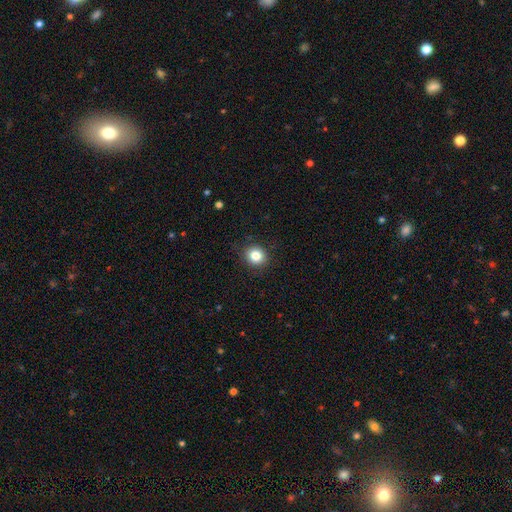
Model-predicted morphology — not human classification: Smooth or featured? smooth (83%)
How rounded? round (83%)
Merging? none (89%)